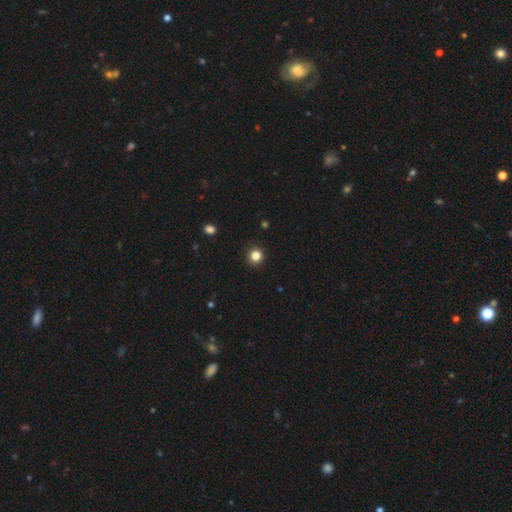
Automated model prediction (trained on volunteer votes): Smooth or featured? smooth (84%)
How rounded? round (93%)
Merging? none (92%)